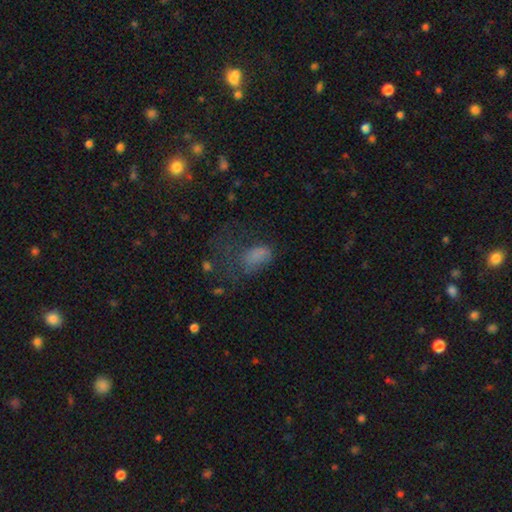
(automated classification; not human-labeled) Smooth or featured? Predicted: smooth (p=0.65). How rounded? Predicted: in between (p=0.87). Merging? Predicted: major disturbance (p=0.54).